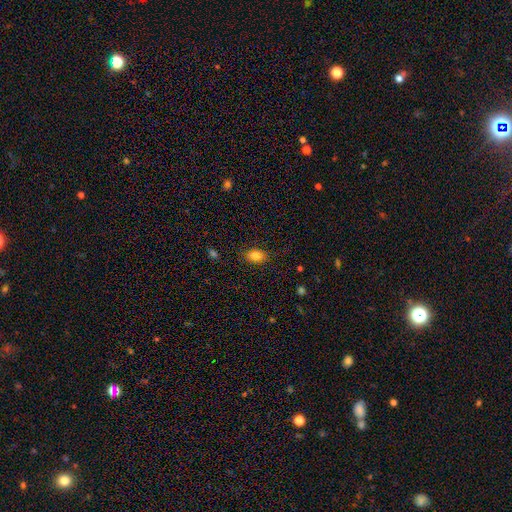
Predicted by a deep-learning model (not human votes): The model was most divided on "how rounded": in between: 83%, round: 15%, cigar-shaped: 2%. More confident: smooth or featured — smooth (85%); merging — none (84%).